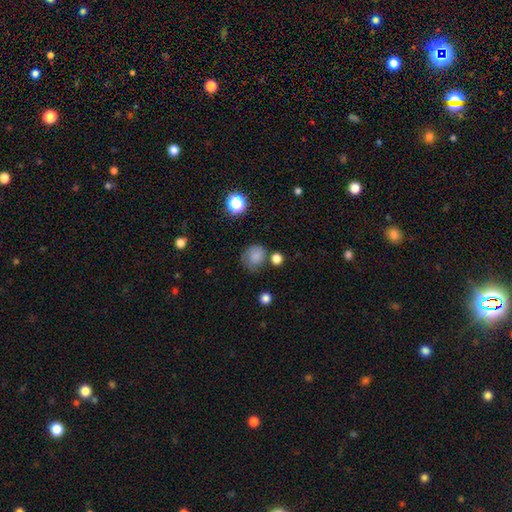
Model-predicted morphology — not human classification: smooth-or-featured: smooth: 77% | star or artifact: 13% | featured or disk: 10%
  how-rounded: round: 72% | in between: 27% | cigar-shaped: 1%
  merging: none: 56% | minor disturbance: 25% | major disturbance: 12% | merger: 7%